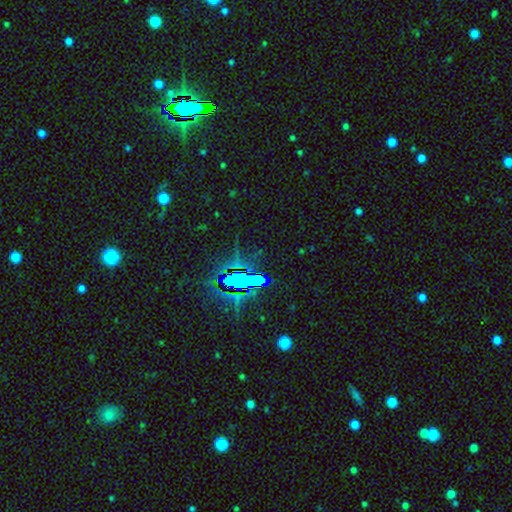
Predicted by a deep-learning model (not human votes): The model was most divided on "smooth or featured": star or artifact: 77%, smooth: 13%, featured or disk: 10%.